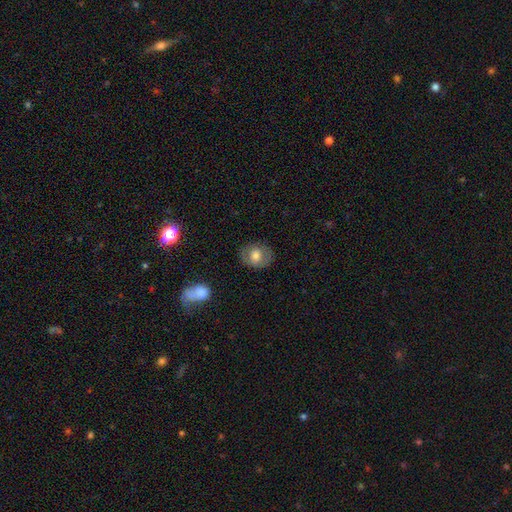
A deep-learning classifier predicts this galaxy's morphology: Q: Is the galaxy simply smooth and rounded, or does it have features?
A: smooth — 68%.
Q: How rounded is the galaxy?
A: round — 59%.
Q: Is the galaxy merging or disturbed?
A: none — 81%.